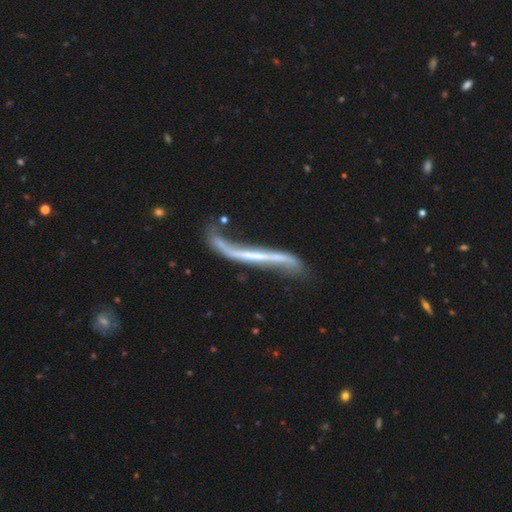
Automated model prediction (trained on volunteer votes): Smooth or featured? Predicted: featured or disk (p=0.81). Edge-on disk? Predicted: no (p=0.51). Merging? Predicted: none (p=0.39).